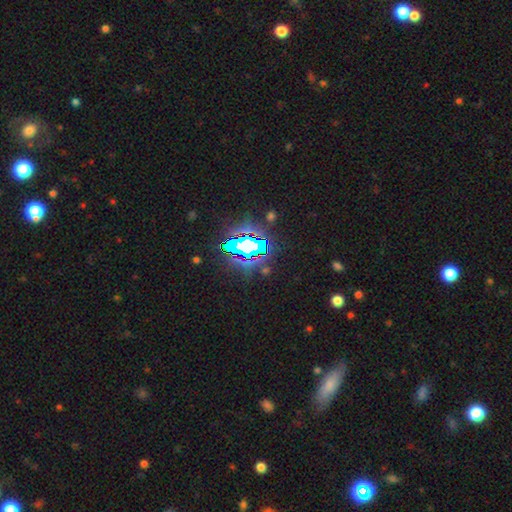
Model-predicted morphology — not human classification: Q: Smooth or featured?
A: star or artifact (81%); runner-up: smooth (11%)